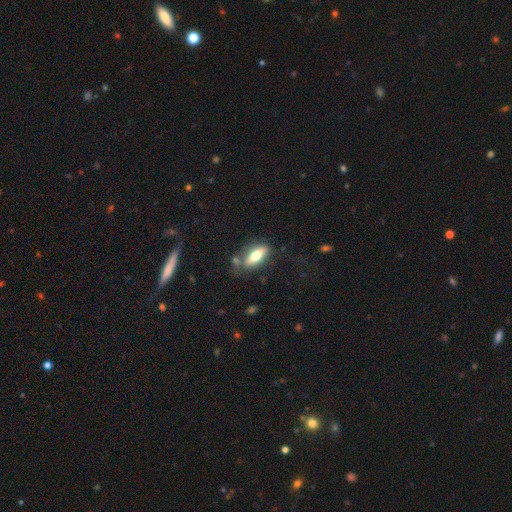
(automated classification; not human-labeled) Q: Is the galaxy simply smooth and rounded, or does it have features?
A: smooth — 61%.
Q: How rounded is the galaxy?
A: in between — 70%.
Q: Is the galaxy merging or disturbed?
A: none — 67%.